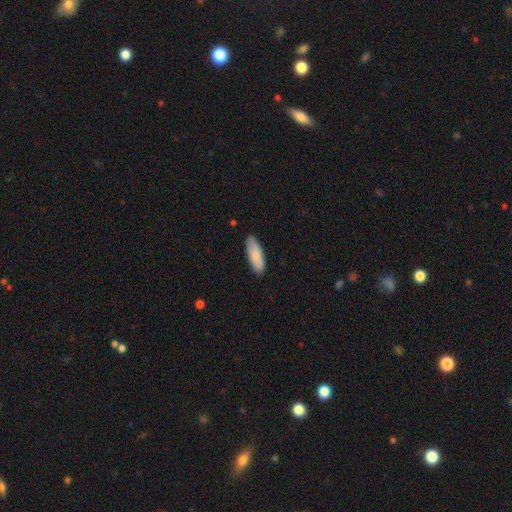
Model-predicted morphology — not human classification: A smooth galaxy with no disk features (85%) that is in between round and cigar-shaped (64%).

Vote fractions:
- Smooth or featured? smooth: 85% / featured or disk: 10% / star or artifact: 5%
- How rounded? in between: 64% / cigar-shaped: 35% / round: 2%
- Merging? none: 86% / minor disturbance: 12% / major disturbance: 2% / merger: 1%